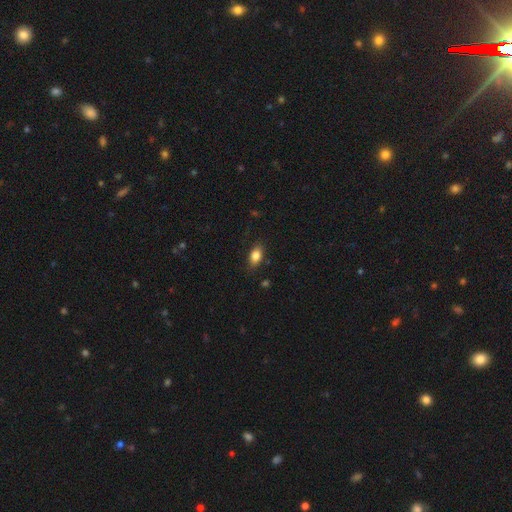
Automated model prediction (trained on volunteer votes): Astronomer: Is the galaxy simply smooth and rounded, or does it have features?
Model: smooth — 84%.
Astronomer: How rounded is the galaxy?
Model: in between — 86%.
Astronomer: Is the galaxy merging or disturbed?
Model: none — 84%.